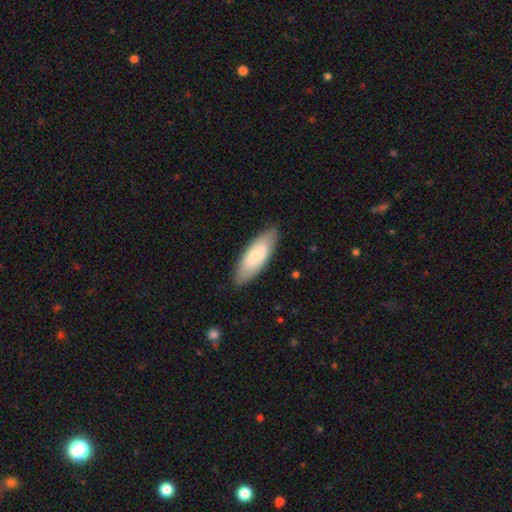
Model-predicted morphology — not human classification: This is likely a smooth galaxy (75%). How rounded: likely in between (66%). Merging: clearly none (85%).